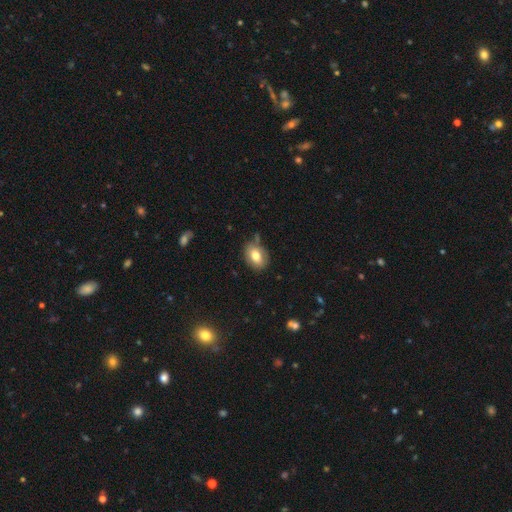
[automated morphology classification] This appears to be a smooth galaxy with no disk features (76%) that is in between round and cigar-shaped (73%). Merging: none (72%).